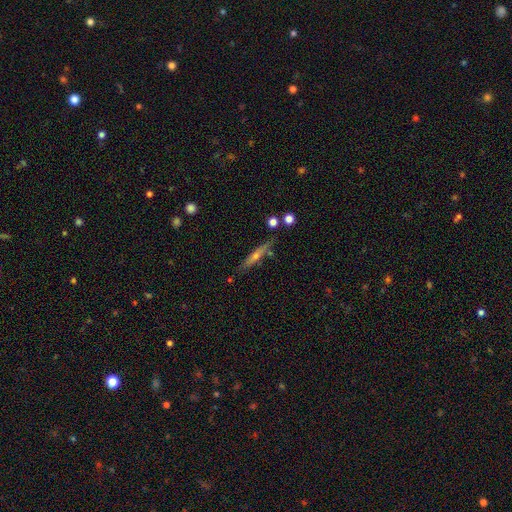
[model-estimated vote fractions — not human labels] Smooth or featured? Predicted: featured or disk (p=0.61). Edge-on disk? Predicted: yes (p=0.93). Edge-on bulge? Predicted: rounded (p=0.72). Merging? Predicted: none (p=0.81).